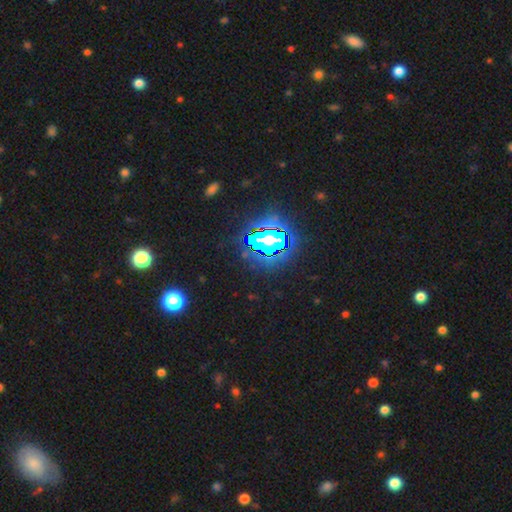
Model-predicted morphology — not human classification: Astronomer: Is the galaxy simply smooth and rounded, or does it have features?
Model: star or artifact — 83%.